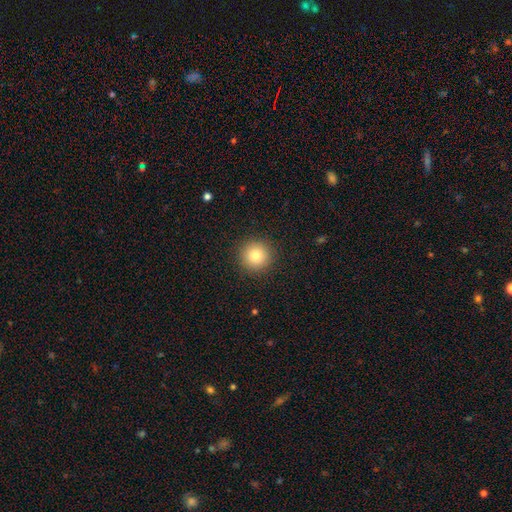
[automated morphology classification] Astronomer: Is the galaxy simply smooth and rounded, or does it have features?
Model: smooth — 81%.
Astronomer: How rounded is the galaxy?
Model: round — 96%.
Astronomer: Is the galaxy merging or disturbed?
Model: none — 92%.